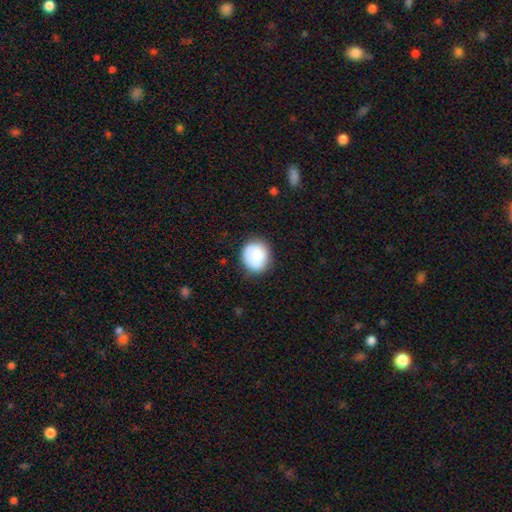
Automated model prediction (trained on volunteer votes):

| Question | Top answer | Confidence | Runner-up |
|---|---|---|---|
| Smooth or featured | smooth | 80% | featured or disk (13%) |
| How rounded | round | 81% | in between (18%) |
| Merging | none | 78% | minor disturbance (16%) |